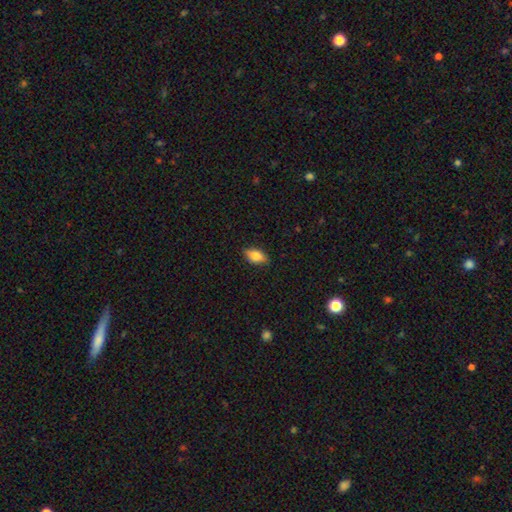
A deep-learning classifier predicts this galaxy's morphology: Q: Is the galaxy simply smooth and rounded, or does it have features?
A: smooth — 79%.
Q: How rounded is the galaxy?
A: in between — 88%.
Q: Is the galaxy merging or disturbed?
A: none — 85%.